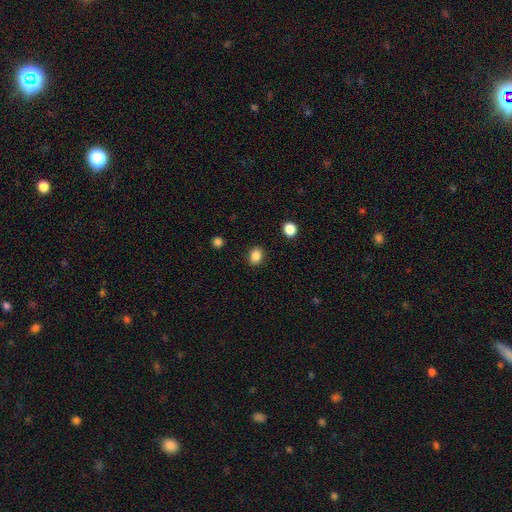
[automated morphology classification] Smooth or featured: smooth — 86% (star or artifact — 10%)
How rounded: in between — 53% (round — 46%)
Merging: none — 88% (minor disturbance — 8%)